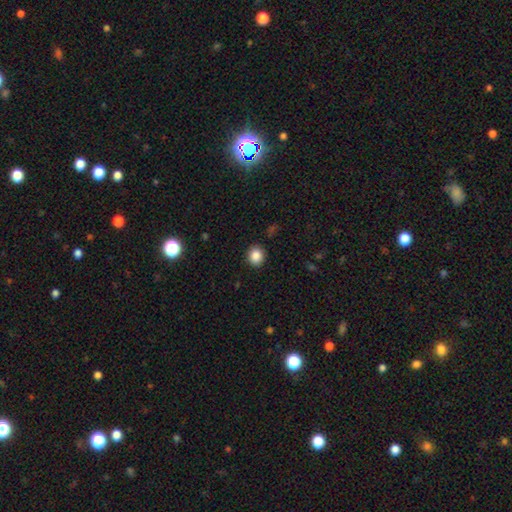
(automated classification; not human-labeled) This is clearly a smooth galaxy (86%). How rounded: likely round (79%). Merging: clearly none (90%).